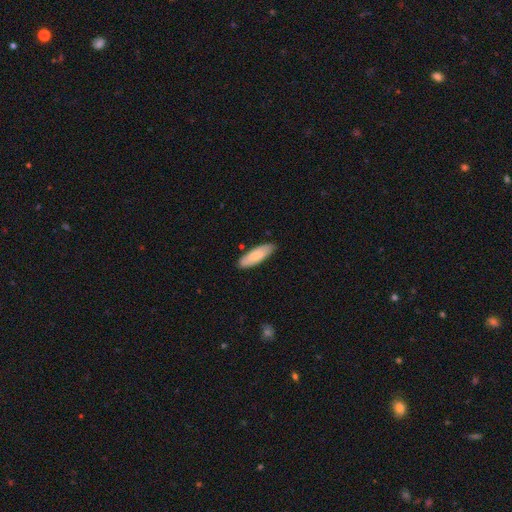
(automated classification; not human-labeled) smooth 78%, featured or disk 16%, star or artifact 5%. Down the decision tree: how rounded — in between (55%); merging — none (85%).